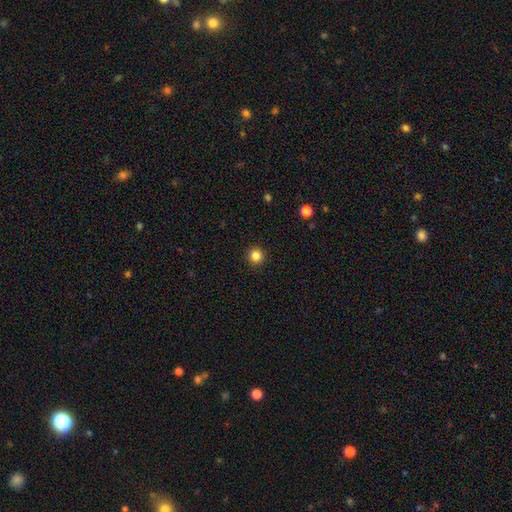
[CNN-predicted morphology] Smooth or featured?
  - smooth: 84% *
  - star or artifact: 12%
  - featured or disk: 4%
How rounded?
  - round: 95% *
  - in between: 4%
  - cigar-shaped: 1%
Merging?
  - none: 93% *
  - minor disturbance: 5%
  - major disturbance: 2%
  - merger: 1%